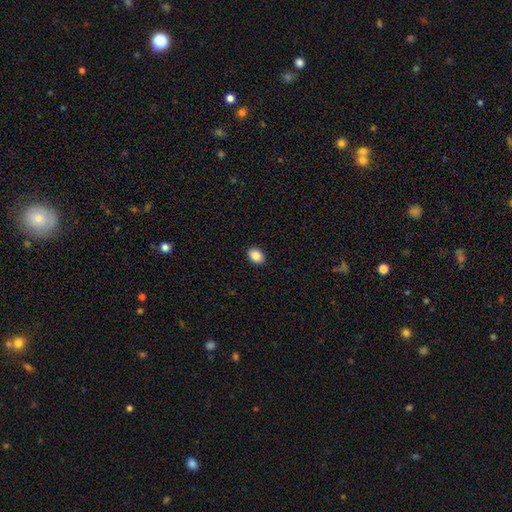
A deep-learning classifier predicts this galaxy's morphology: Q: Smooth or featured?
A: smooth (88%); runner-up: star or artifact (8%)
Q: How rounded?
A: in between (72%); runner-up: round (27%)
Q: Merging?
A: none (91%); runner-up: minor disturbance (6%)